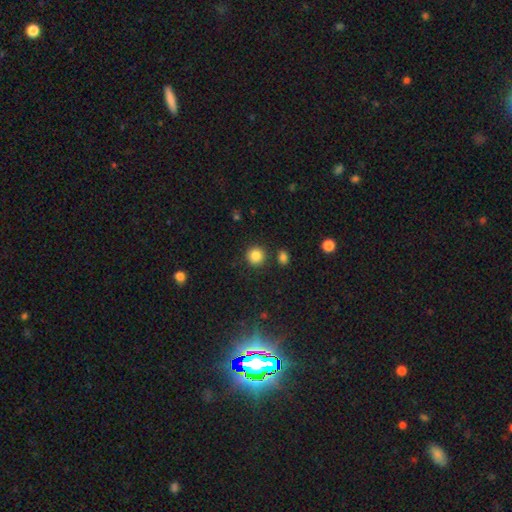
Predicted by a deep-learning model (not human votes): The model was most divided on "smooth or featured": smooth: 86%, star or artifact: 10%, featured or disk: 4%. More confident: how rounded — round (93%); merging — none (87%).